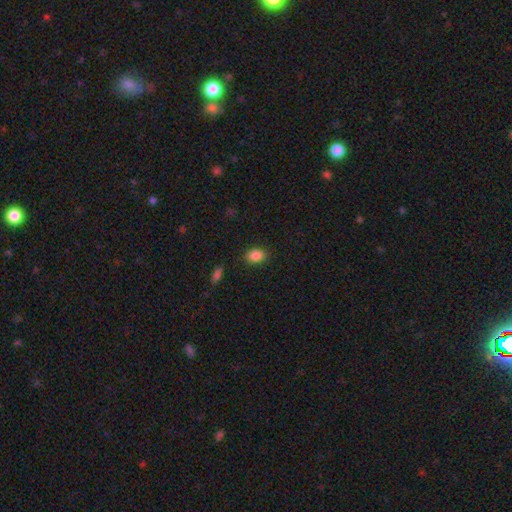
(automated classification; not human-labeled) A smooth galaxy with no disk features (87%) that is in between round and cigar-shaped (75%). Merging: none (86%).